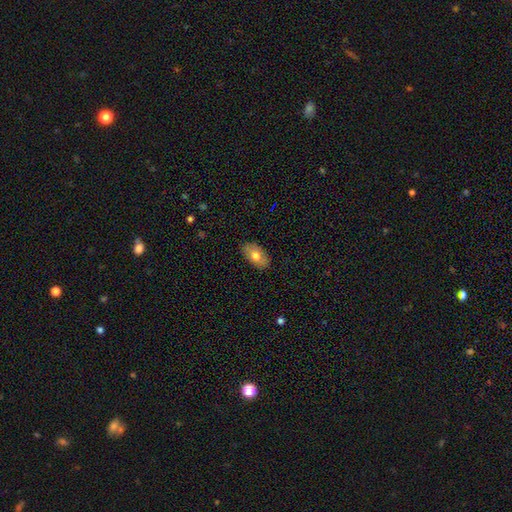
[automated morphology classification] A smooth galaxy with no disk features (75%) that is in between round and cigar-shaped (93%).

Vote fractions:
- Smooth or featured? smooth: 75% / featured or disk: 19% / star or artifact: 6%
- How rounded? in between: 93% / round: 5% / cigar-shaped: 2%
- Merging? none: 87% / minor disturbance: 10% / major disturbance: 2% / merger: 1%